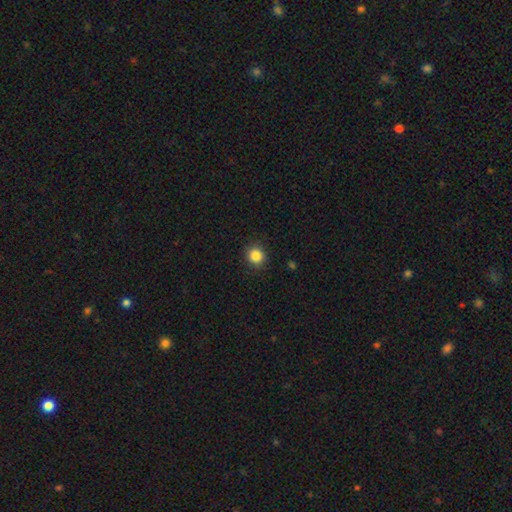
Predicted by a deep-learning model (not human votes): This is clearly a smooth galaxy (86%). How rounded: clearly round (90%). Merging: clearly none (90%).